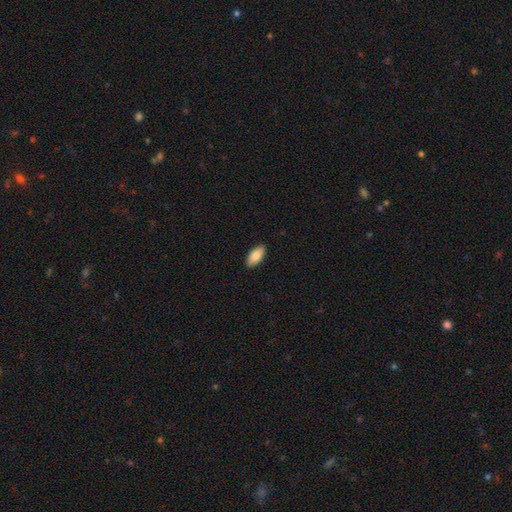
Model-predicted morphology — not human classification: smooth 85%, featured or disk 9%, star or artifact 6%. Down the decision tree: how rounded — in between (92%); merging — none (90%).